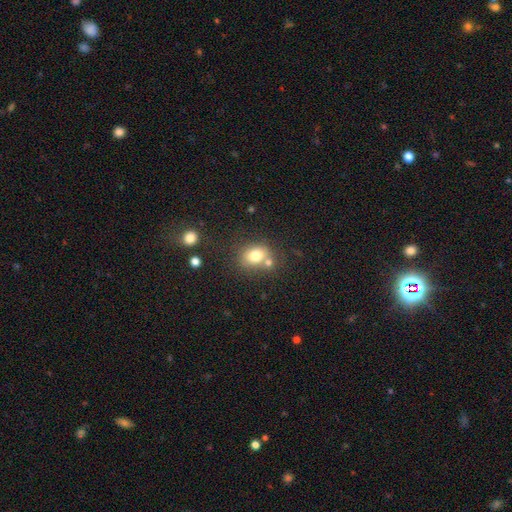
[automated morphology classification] A smooth galaxy with no disk features (77%) that is round (50%).

Vote fractions:
- Smooth or featured? smooth: 77% / featured or disk: 12% / star or artifact: 11%
- How rounded? round: 50% / in between: 49% / cigar-shaped: 1%
- Merging? none: 55% / merger: 27% / minor disturbance: 13% / major disturbance: 5%